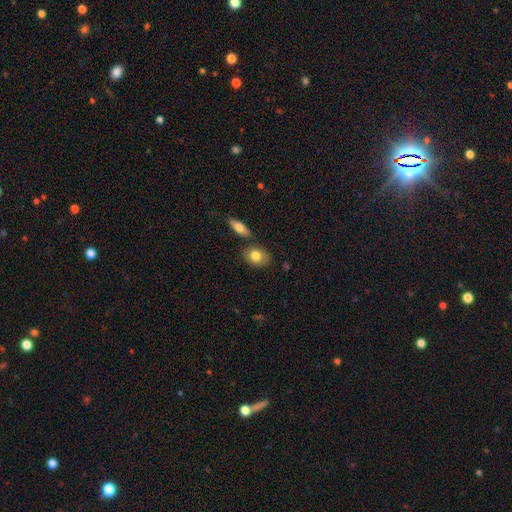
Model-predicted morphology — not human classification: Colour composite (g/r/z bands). It shows a smooth galaxy with no disk features (79%) that is in between round and cigar-shaped (68%). Merging: none (72%).